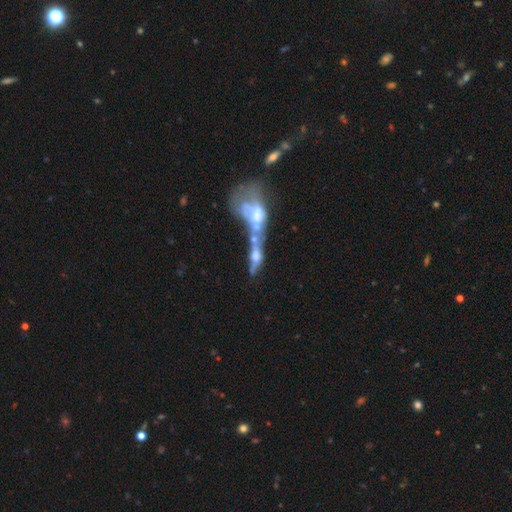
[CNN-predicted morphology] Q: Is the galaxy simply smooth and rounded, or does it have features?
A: featured or disk — 58%.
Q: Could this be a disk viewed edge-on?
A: no — 76%.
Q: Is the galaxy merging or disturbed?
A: merger — 67%.